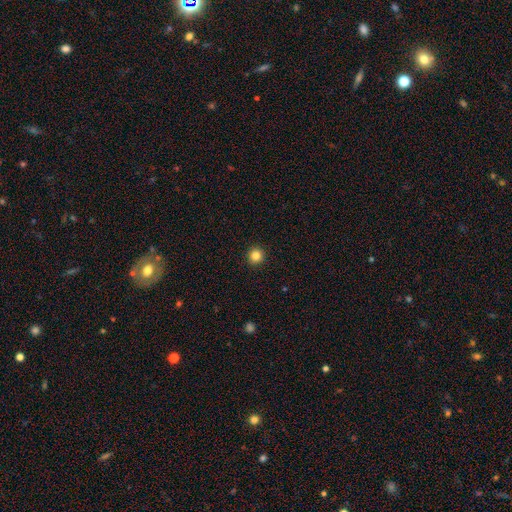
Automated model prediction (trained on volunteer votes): smooth 84%, star or artifact 11%, featured or disk 4%. Down the decision tree: how rounded — round (95%); merging — none (93%).